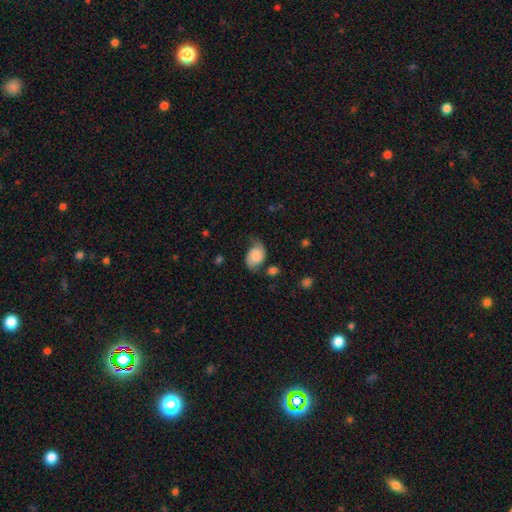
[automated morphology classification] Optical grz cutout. It shows a smooth galaxy with no disk features (55%) that is in between round and cigar-shaped (77%). Merging: none (48%).